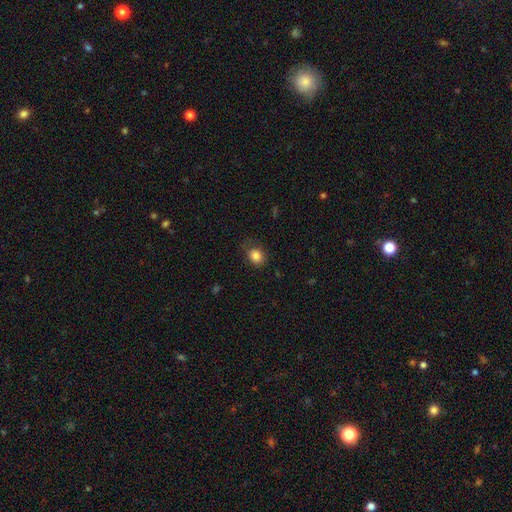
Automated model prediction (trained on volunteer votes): A smooth galaxy with no disk features (84%) that is round (54%).

Vote fractions:
- Smooth or featured? smooth: 84% / star or artifact: 10% / featured or disk: 6%
- How rounded? round: 54% / in between: 46% / cigar-shaped: 1%
- Merging? none: 71% / minor disturbance: 21% / major disturbance: 7% / merger: 1%